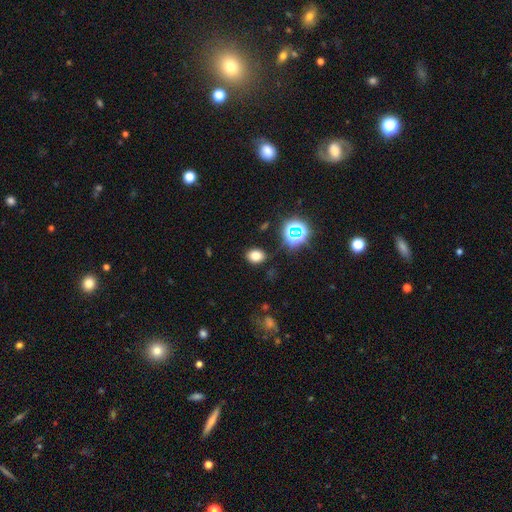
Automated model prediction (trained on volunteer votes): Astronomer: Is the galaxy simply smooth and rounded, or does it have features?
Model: smooth — 74%.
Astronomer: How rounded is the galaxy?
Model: in between — 62% (runner-up: round, 37%).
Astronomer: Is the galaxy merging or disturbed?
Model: none — 83%.